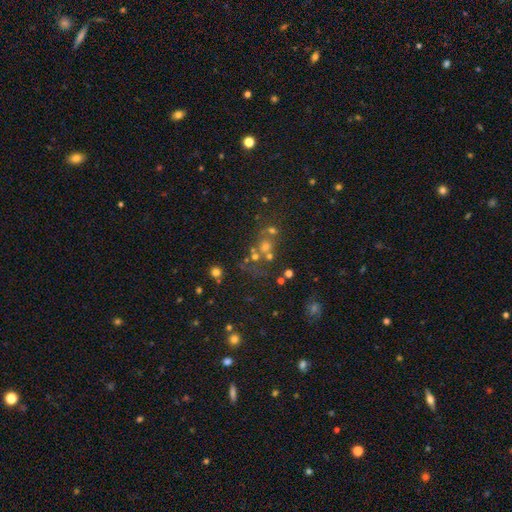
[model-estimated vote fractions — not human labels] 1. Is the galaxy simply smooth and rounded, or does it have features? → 44% star or artifact, 37% smooth, 19% featured or disk.